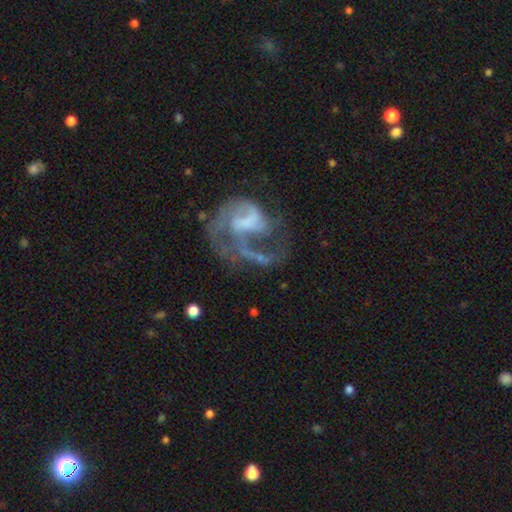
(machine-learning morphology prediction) This appears to be a featured or disk galaxy (76%) with no bar (46%), 1 (46%) loose (40%, tied with medium) spiral arms (77%) and no central bulge (45%). Merging: major disturbance (47%).